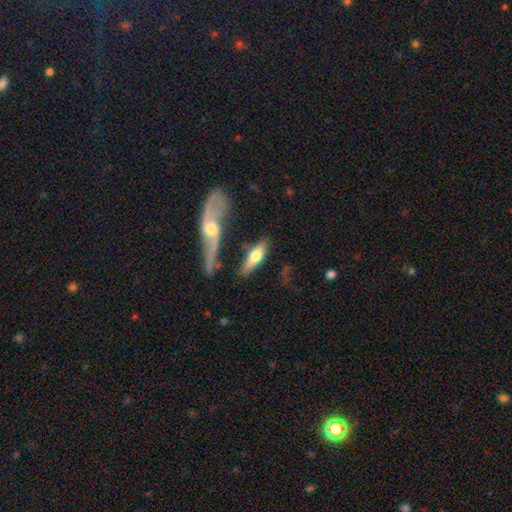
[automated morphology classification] smooth-or-featured: smooth: 49% | featured or disk: 45% | star or artifact: 6%
  merging: none: 60% | minor disturbance: 18% | merger: 14% | major disturbance: 8%